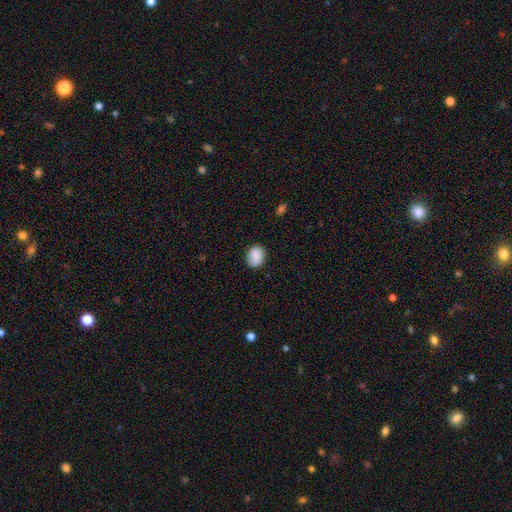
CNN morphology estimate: smooth-or-featured: smooth: 88% | star or artifact: 7% | featured or disk: 4%
  how-rounded: in between: 57% | round: 42% | cigar-shaped: 1%
  merging: none: 82% | minor disturbance: 14% | major disturbance: 3% | merger: 1%